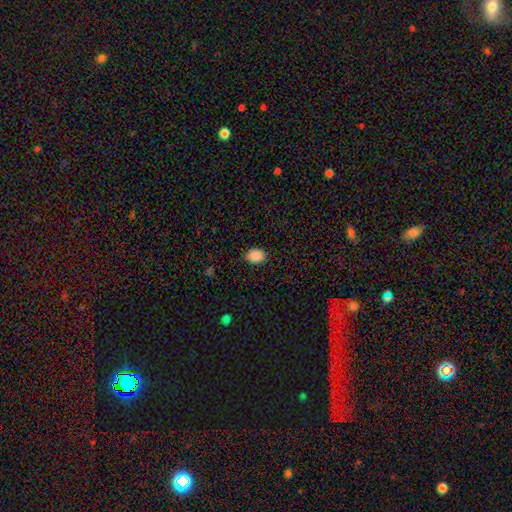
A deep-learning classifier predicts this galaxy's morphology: Overall: smooth (88%). How rounded: in between (68%; round 31%). Merging: none (87%).